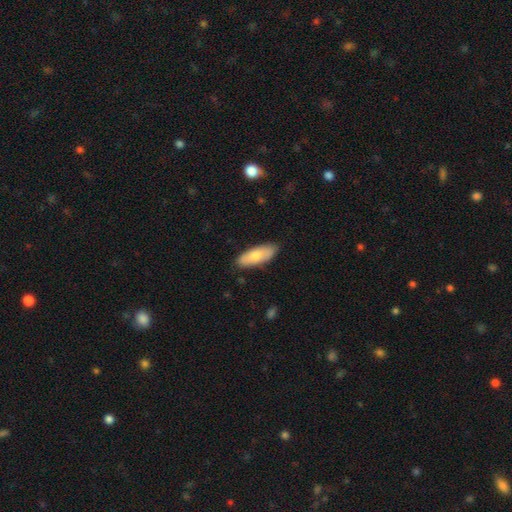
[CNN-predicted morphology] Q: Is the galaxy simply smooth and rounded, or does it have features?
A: smooth — 75%.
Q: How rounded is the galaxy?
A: in between — 77%.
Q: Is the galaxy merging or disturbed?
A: none — 84%.